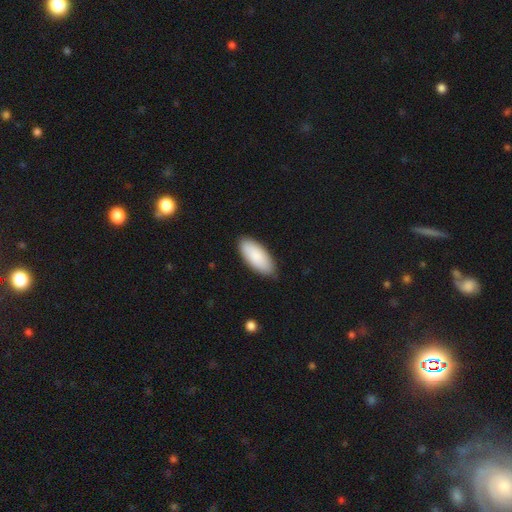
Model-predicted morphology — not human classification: Smooth or featured?
  - smooth: 88% *
  - featured or disk: 7%
  - star or artifact: 5%
How rounded?
  - in between: 88% *
  - cigar-shaped: 11%
  - round: 2%
Merging?
  - none: 86% *
  - minor disturbance: 11%
  - major disturbance: 2%
  - merger: 1%